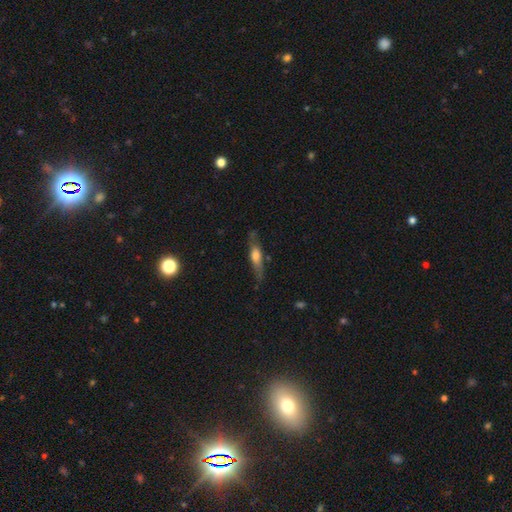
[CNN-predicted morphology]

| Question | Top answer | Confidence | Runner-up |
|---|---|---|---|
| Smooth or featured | smooth | 49% | featured or disk (44%) |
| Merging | none | 68% | minor disturbance (22%) |